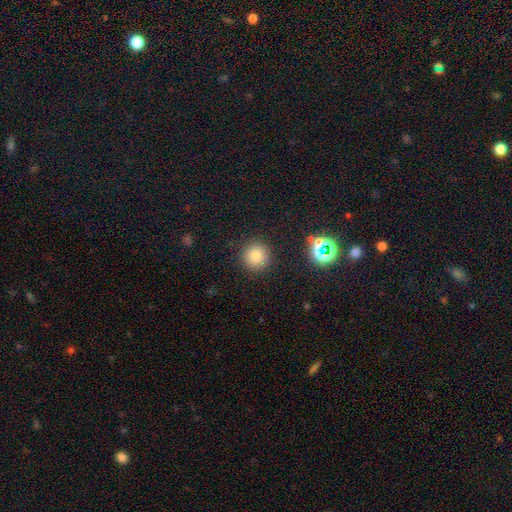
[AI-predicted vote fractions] Smooth or featured: smooth — 77% (star or artifact — 15%)
How rounded: round — 94% (in between — 5%)
Merging: none — 90% (minor disturbance — 6%)